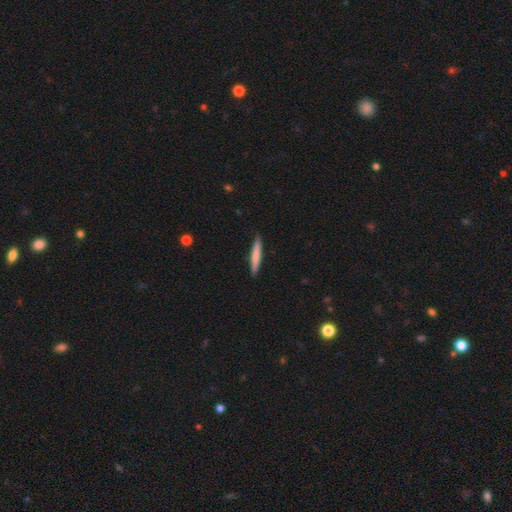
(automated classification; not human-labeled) The model was most divided on "smooth or featured": smooth: 74%, featured or disk: 21%, star or artifact: 5%. More confident: how rounded — cigar-shaped (95%); merging — none (91%).